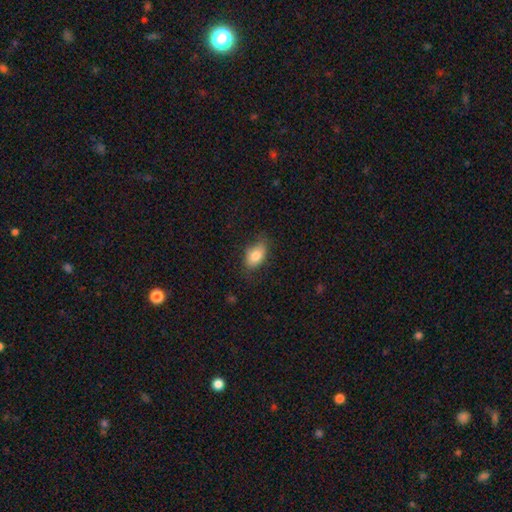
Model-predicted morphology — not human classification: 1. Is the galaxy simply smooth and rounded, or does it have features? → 80% smooth, 12% featured or disk, 7% star or artifact.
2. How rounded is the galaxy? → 90% in between, 8% round, 2% cigar-shaped.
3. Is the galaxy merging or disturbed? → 74% none, 20% minor disturbance, 5% major disturbance, 1% merger.